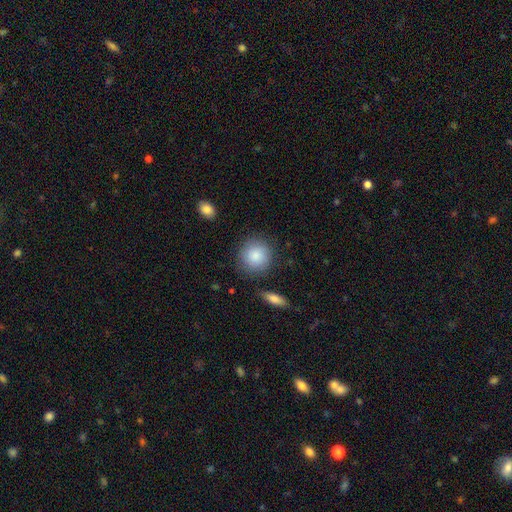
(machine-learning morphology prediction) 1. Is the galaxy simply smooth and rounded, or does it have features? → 86% smooth, 7% featured or disk, 6% star or artifact.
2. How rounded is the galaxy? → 90% round, 8% in between, 1% cigar-shaped.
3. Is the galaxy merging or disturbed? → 83% none, 11% minor disturbance, 3% major disturbance, 3% merger.